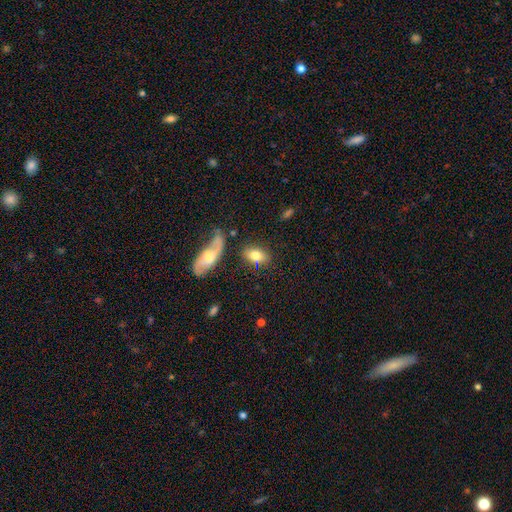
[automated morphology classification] The model was most divided on "merging": none: 72%, minor disturbance: 14%, merger: 8%, major disturbance: 5%. More confident: how rounded — in between (86%); smooth or featured — smooth (77%).